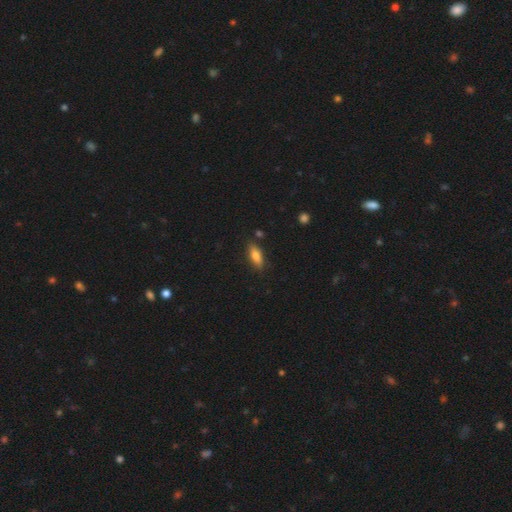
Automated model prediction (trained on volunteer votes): smooth_or_featured: smooth (p=0.76) [alt: featured or disk p=0.17]
how_rounded: in between (p=0.66) [alt: cigar-shaped p=0.32]
merging: none (p=0.83) [alt: minor disturbance p=0.12]